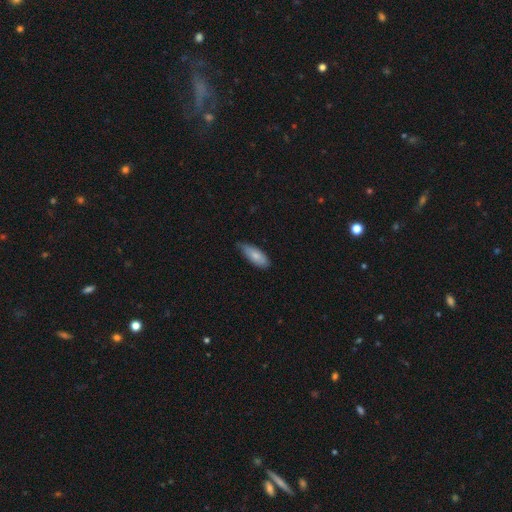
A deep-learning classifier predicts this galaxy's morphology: Smooth or featured? smooth (82%)
How rounded? in between (75%)
Merging? none (68%)